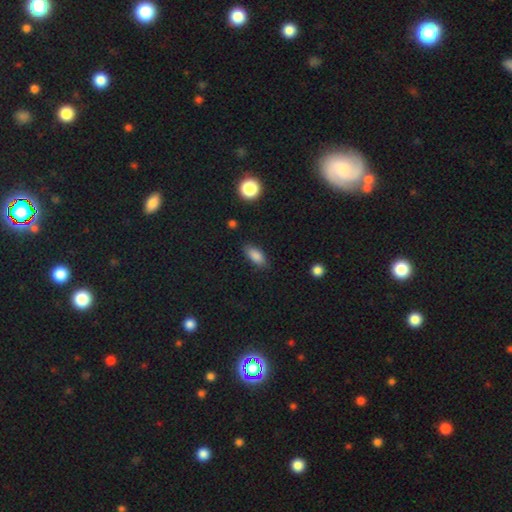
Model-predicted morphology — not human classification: This appears to be a smooth galaxy with no disk features (85%) that is in between round and cigar-shaped (84%). Merging: none (82%).